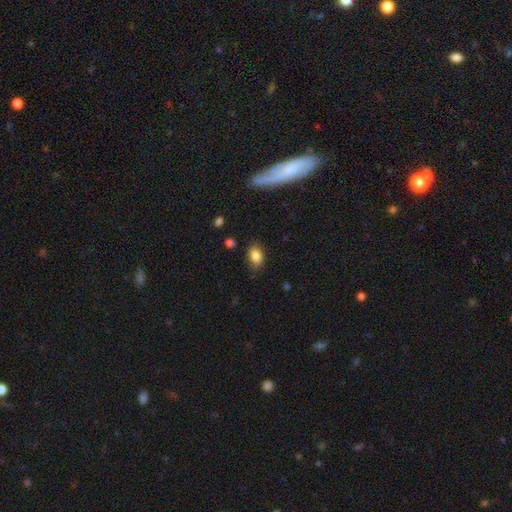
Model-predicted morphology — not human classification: A smooth galaxy with no disk features (84%) that is in between round and cigar-shaped (85%).

Vote fractions:
- Smooth or featured? smooth: 84% / star or artifact: 9% / featured or disk: 7%
- How rounded? in between: 85% / round: 13% / cigar-shaped: 2%
- Merging? none: 82% / minor disturbance: 14% / major disturbance: 3% / merger: 2%